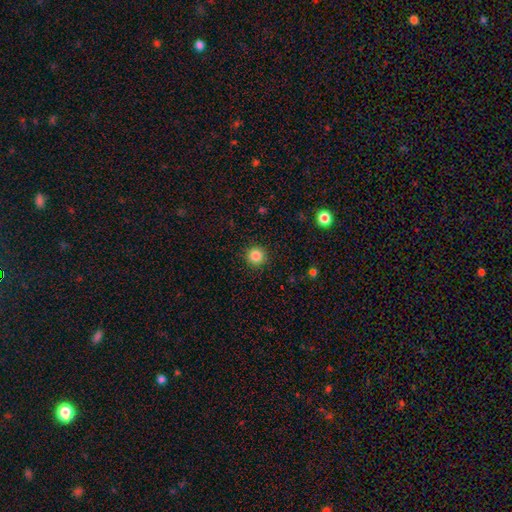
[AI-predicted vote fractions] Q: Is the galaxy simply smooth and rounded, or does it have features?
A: smooth — 85%.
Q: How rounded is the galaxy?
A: round — 96%.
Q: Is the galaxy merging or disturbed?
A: none — 92%.